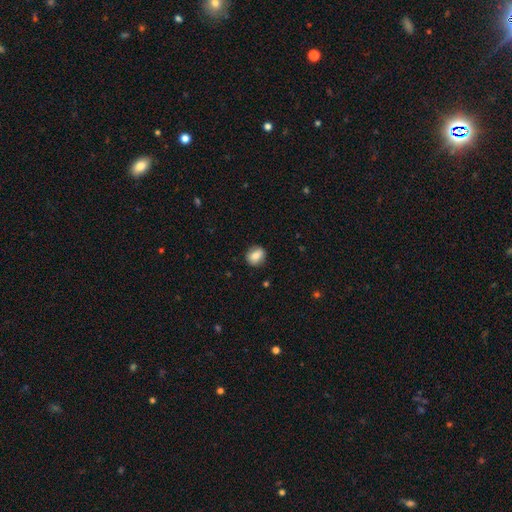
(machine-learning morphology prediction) Smooth or featured? Predicted: smooth (p=0.79). How rounded? Predicted: round (p=0.65). Merging? Predicted: none (p=0.86).